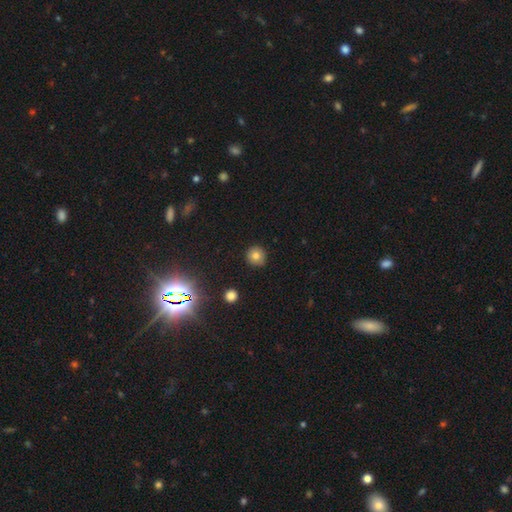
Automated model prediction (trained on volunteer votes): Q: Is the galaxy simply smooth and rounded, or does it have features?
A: smooth — 77%.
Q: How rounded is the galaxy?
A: round — 94%.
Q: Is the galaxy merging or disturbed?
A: none — 89%.